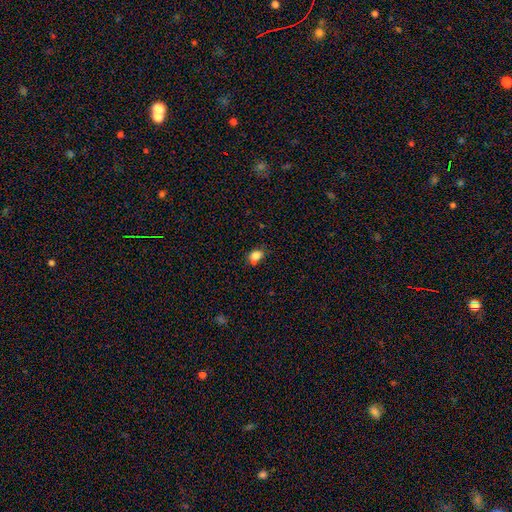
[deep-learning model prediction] Smooth or featured? smooth (80%)
How rounded? in between (50%)
Merging? none (53%)